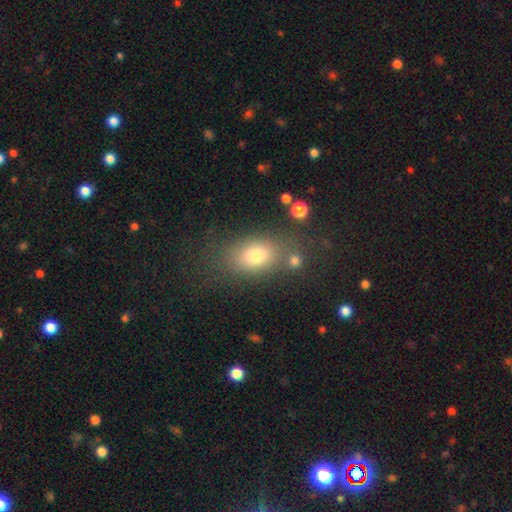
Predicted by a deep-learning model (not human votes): The model was most divided on "merging": none: 67%, minor disturbance: 15%, merger: 10%, major disturbance: 8%. More confident: how rounded — in between (77%); smooth or featured — smooth (76%).